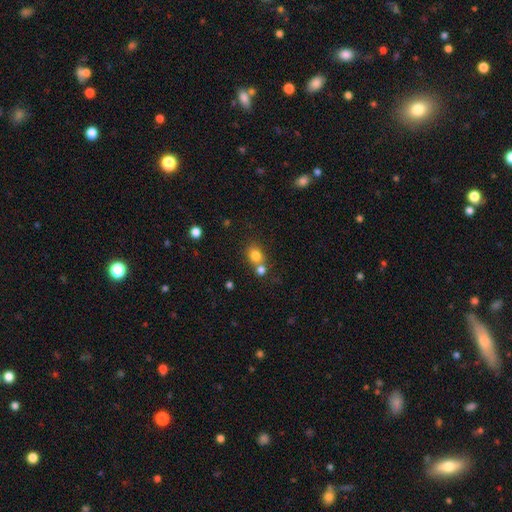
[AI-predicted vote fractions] smooth 80%, star or artifact 12%, featured or disk 8%. Down the decision tree: how rounded — round (54%); merging — none (49%).